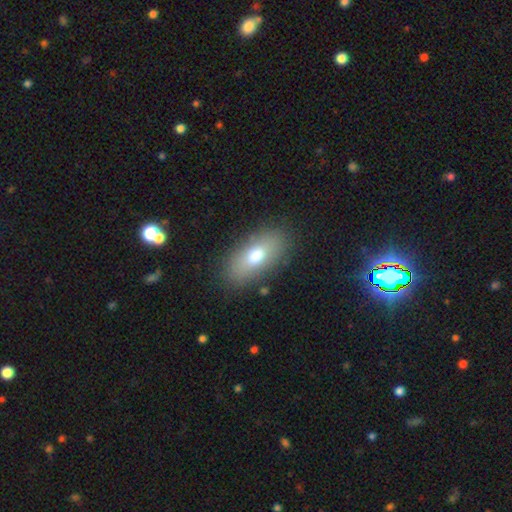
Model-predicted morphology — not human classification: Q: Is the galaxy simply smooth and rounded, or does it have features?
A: smooth — 74%.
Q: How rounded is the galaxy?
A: in between — 86%.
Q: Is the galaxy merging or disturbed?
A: none — 83%.